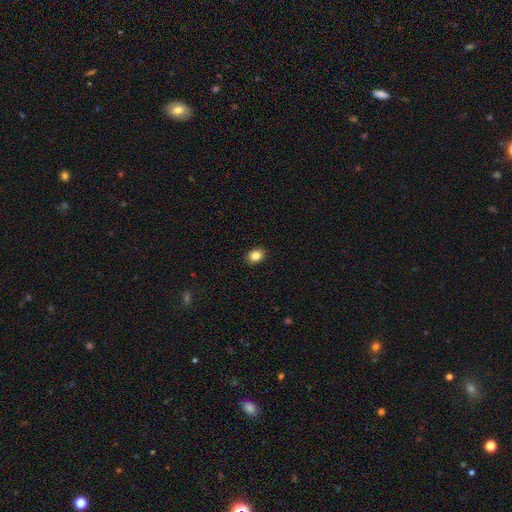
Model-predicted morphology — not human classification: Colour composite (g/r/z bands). It shows a smooth galaxy with no disk features (84%) that is in between round and cigar-shaped (61%). Merging: none (90%).